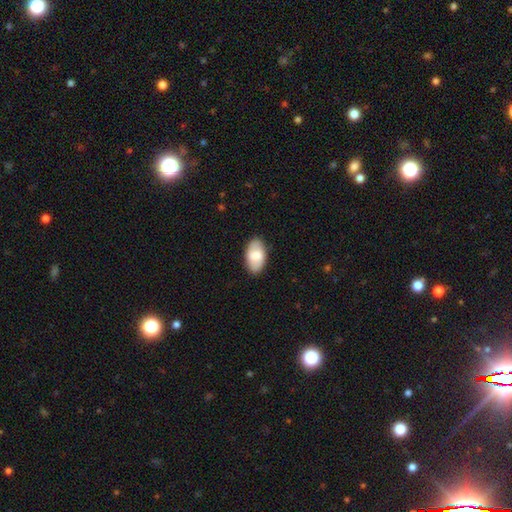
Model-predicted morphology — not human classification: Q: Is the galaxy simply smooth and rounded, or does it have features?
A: smooth — 70%.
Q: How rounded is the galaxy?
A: in between — 94%.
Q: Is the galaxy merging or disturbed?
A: none — 86%.